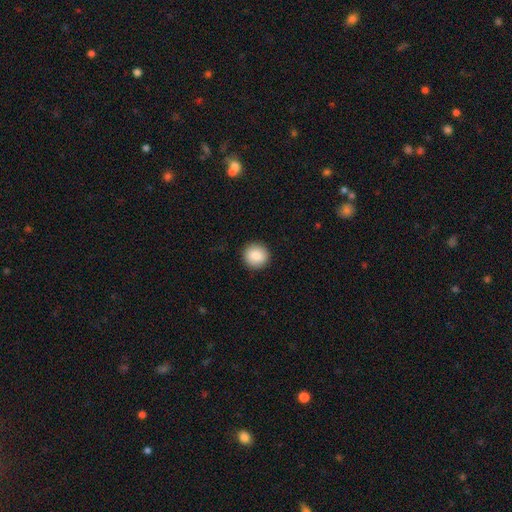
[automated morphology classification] type=smooth (86%); roundness=round (94%); merging=none (92%).